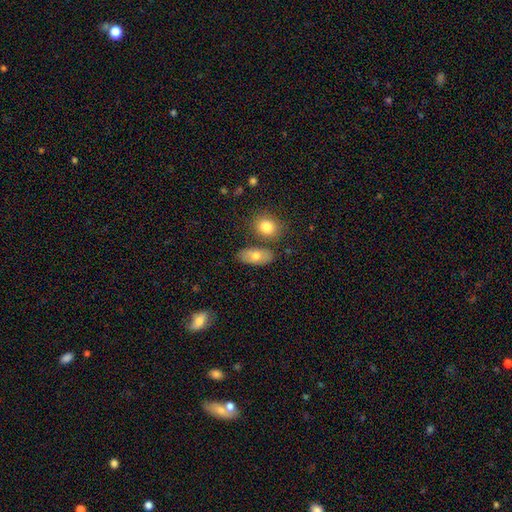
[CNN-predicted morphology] A smooth galaxy with no disk features (73%) that is in between round and cigar-shaped (89%). Merging: none (72%).